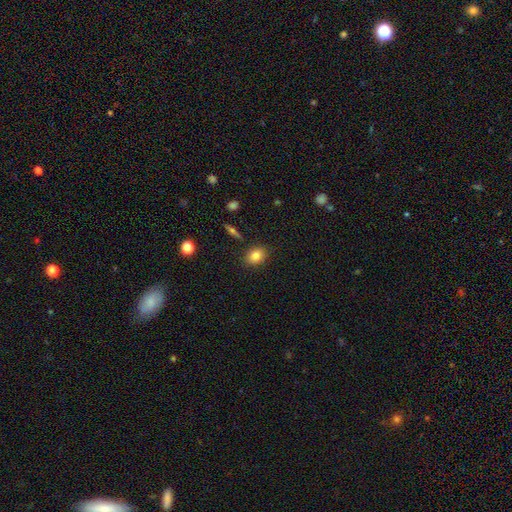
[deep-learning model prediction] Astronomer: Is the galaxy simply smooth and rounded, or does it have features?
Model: smooth — 81%.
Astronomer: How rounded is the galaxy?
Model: in between — 52% (runner-up: round, 46%).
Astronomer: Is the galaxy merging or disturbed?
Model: none — 86%.